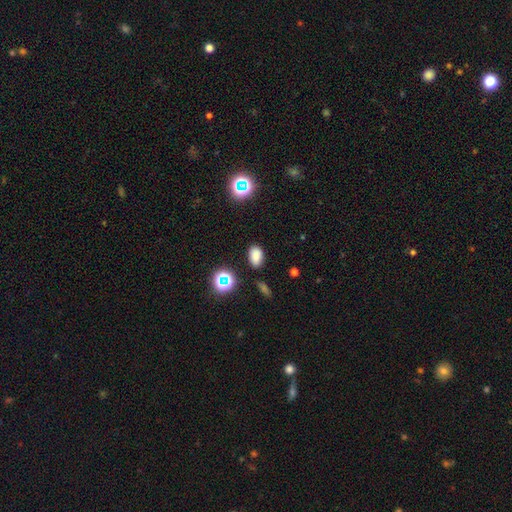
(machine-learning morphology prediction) This is likely a smooth galaxy (77%). How rounded: clearly in between (86%). Merging: clearly none (82%).